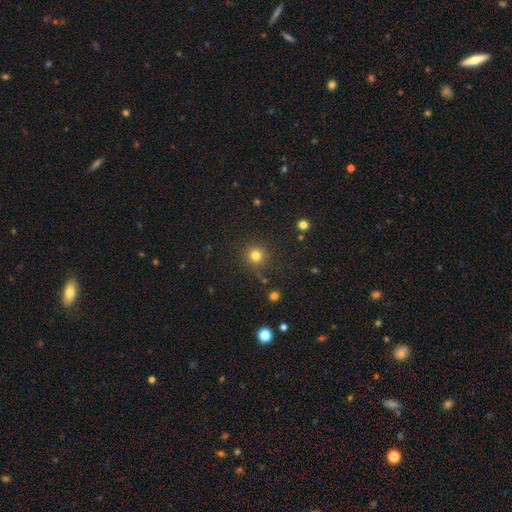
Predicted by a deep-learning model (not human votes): Smooth or featured?
  - smooth: 79% *
  - star or artifact: 15%
  - featured or disk: 6%
How rounded?
  - round: 93% *
  - in between: 6%
  - cigar-shaped: 1%
Merging?
  - none: 84% *
  - minor disturbance: 9%
  - major disturbance: 4%
  - merger: 3%